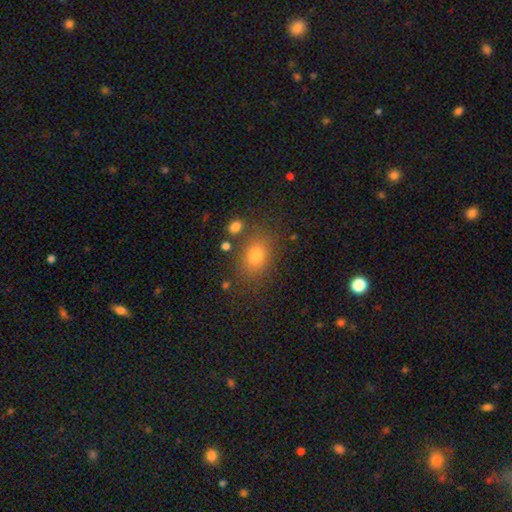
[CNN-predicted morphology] smooth-or-featured: smooth: 75% | star or artifact: 14% | featured or disk: 10%
  how-rounded: in between: 62% | round: 36% | cigar-shaped: 2%
  merging: none: 79% | minor disturbance: 12% | merger: 5% | major disturbance: 4%